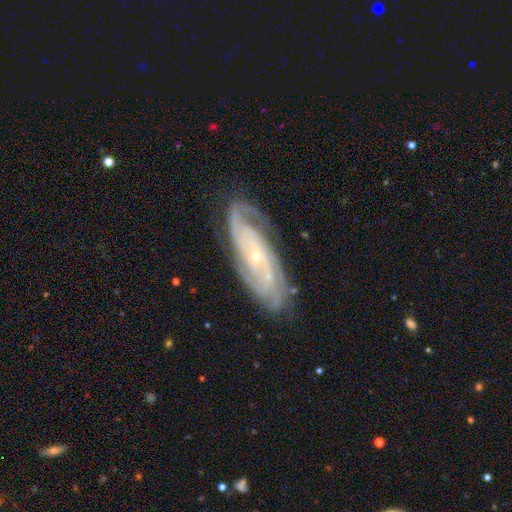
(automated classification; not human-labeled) Smooth or featured: featured or disk — 88% (smooth — 6%)
Edge-on disk: no — 92% (yes — 8%)
Bar: no — 63% (weak — 26%)
Spiral arms: yes — 98% (no — 2%)
Spiral winding: tight — 65% (medium — 30%)
Spiral arm count: 2 — 31% (3 — 25%)
Bulge size: small — 81% (moderate — 15%)
Merging: none — 78% (minor disturbance — 16%)